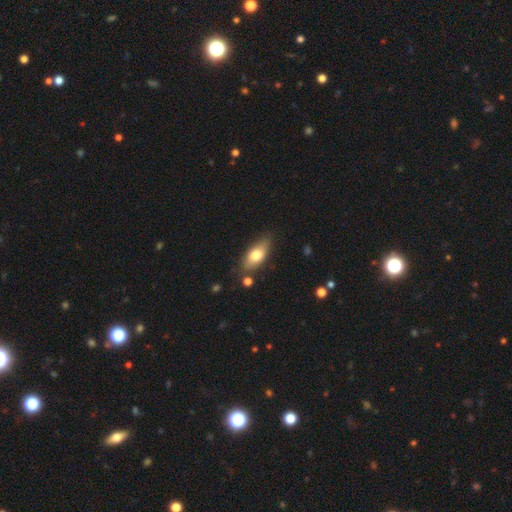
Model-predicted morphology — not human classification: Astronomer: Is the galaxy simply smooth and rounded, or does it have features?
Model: smooth — 74%.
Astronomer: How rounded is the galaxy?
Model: in between — 84%.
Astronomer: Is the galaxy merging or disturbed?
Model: none — 75%.